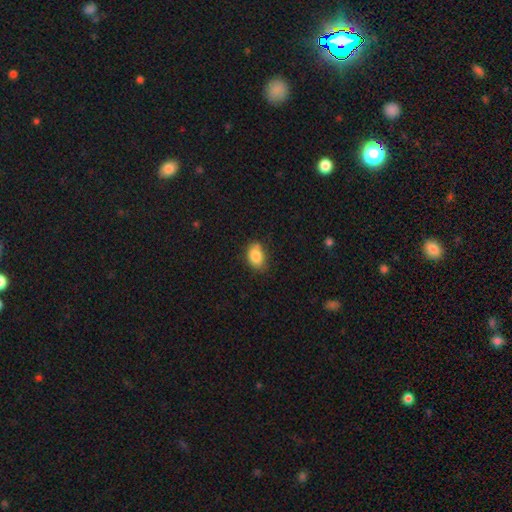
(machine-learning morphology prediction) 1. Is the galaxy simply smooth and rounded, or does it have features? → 86% smooth, 8% star or artifact, 6% featured or disk.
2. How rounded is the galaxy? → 84% in between, 15% round, 1% cigar-shaped.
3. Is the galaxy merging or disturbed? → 72% none, 22% minor disturbance, 4% major disturbance, 2% merger.